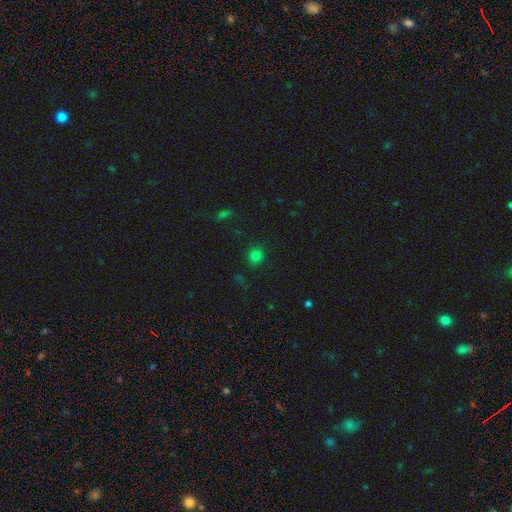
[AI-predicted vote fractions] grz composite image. It shows a smooth galaxy with no disk features (79%) that is round (89%). Merging: none (88%).